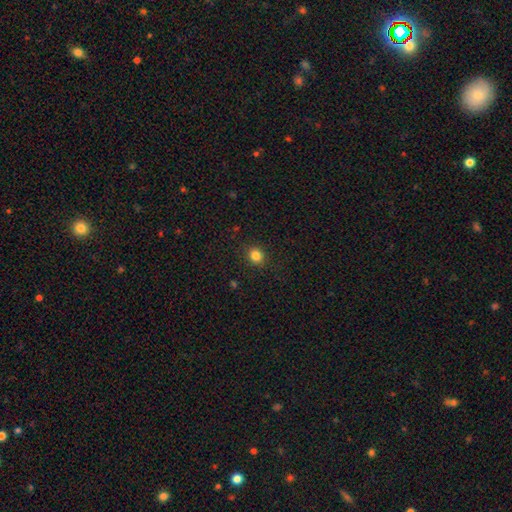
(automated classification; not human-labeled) Smooth or featured: smooth — 84% (star or artifact — 12%)
How rounded: round — 80% (in between — 19%)
Merging: none — 90% (minor disturbance — 7%)